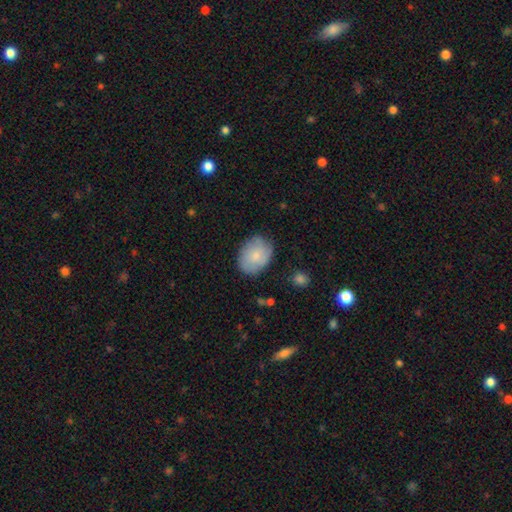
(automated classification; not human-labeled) smooth_or_featured: smooth (p=0.70) [alt: featured or disk p=0.23]
how_rounded: in between (p=0.69) [alt: round p=0.30]
merging: none (p=0.75) [alt: minor disturbance p=0.19]